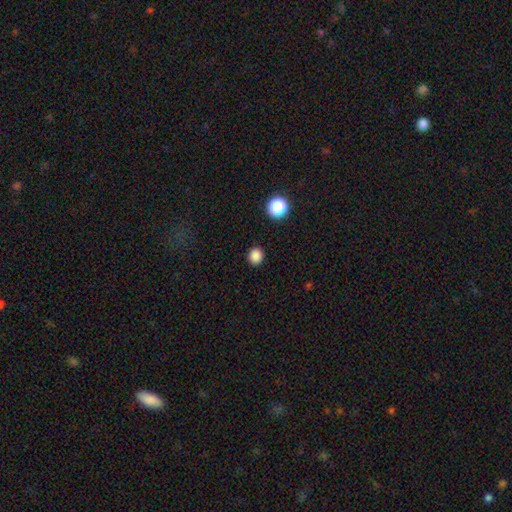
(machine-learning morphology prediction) Smooth or featured: smooth — 86% (star or artifact — 12%)
How rounded: round — 87% (in between — 12%)
Merging: none — 91% (minor disturbance — 6%)